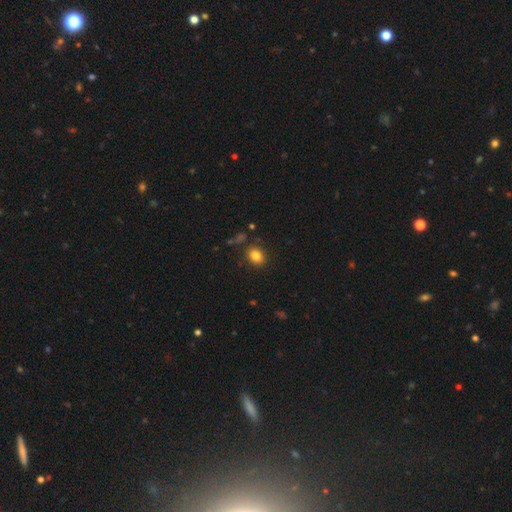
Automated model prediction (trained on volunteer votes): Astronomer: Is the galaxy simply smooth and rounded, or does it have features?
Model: smooth — 83%.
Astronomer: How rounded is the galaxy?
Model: round — 58% (runner-up: in between, 41%).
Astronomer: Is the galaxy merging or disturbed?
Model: none — 85%.